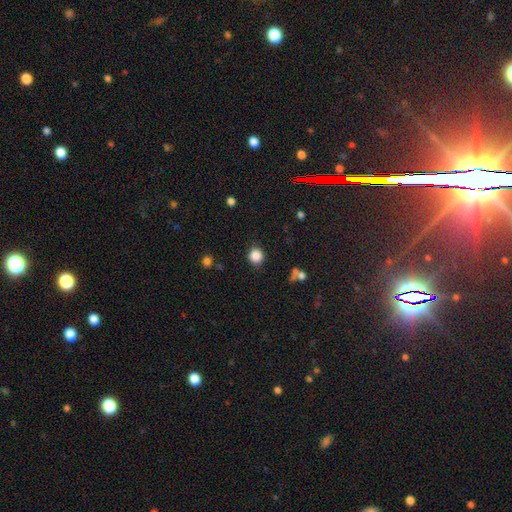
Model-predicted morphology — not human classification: Smooth or featured: smooth — 85% (star or artifact — 11%)
How rounded: round — 90% (in between — 9%)
Merging: none — 87% (minor disturbance — 8%)